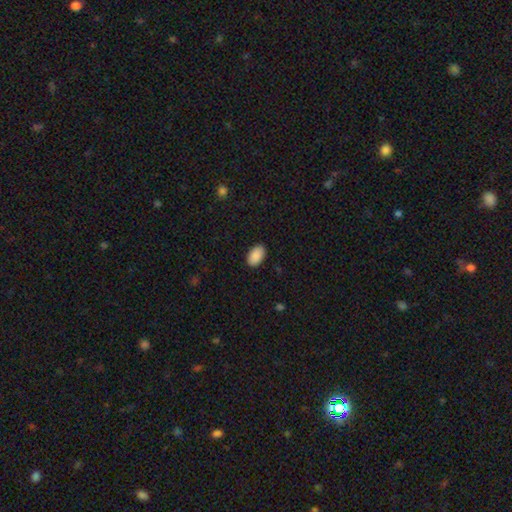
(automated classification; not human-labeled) Q: Smooth or featured?
A: smooth (91%); runner-up: star or artifact (6%)
Q: How rounded?
A: in between (93%); runner-up: round (5%)
Q: Merging?
A: none (89%); runner-up: minor disturbance (8%)